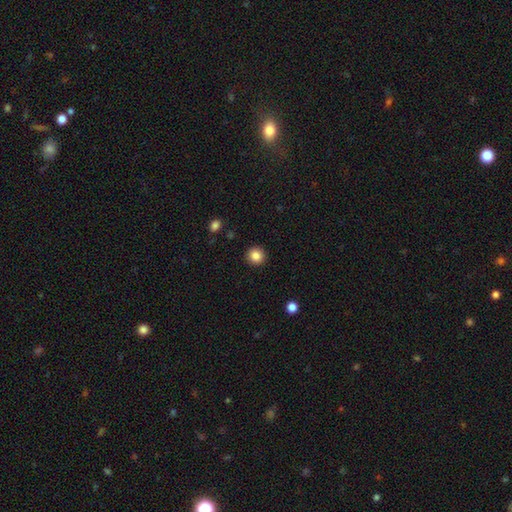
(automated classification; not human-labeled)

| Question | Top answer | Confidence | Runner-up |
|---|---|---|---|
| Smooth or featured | smooth | 85% | star or artifact (10%) |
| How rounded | round | 93% | in between (6%) |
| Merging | none | 92% | minor disturbance (5%) |